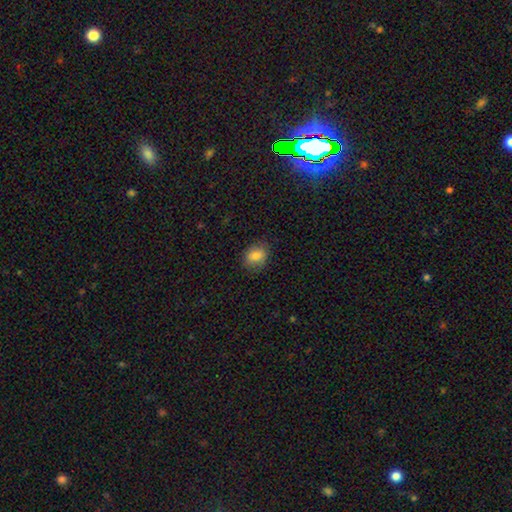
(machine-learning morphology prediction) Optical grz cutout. It shows a smooth galaxy with no disk features (82%) that is in between round and cigar-shaped (62%). Merging: none (82%).